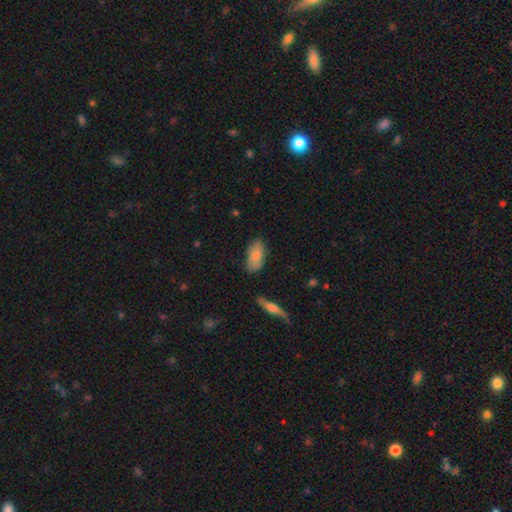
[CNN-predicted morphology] Overall: smooth (78%). How rounded: in between (92%). Merging: none (76%).